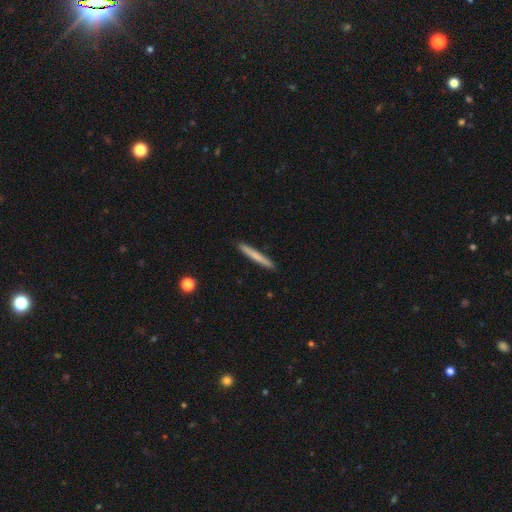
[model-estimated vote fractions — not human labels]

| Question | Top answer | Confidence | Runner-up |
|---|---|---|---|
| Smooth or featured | smooth | 68% | featured or disk (26%) |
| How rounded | cigar-shaped | 97% | in between (2%) |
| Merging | none | 92% | minor disturbance (6%) |